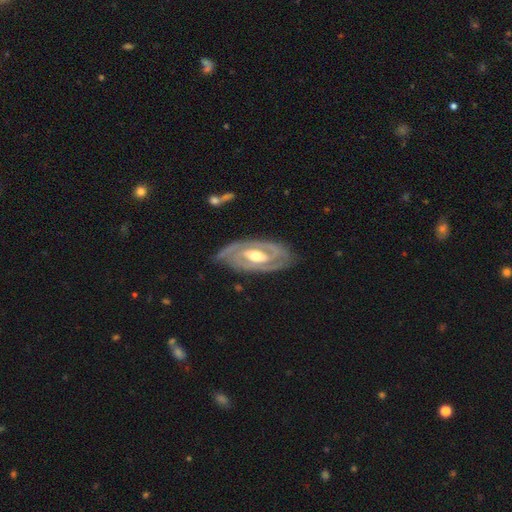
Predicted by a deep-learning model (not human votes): Overall: featured or disk (89%). Edge-on disk: no (94%). Bar: weak (35%; strong 34%). Spiral arms: yes (92%). Spiral arm count: 2 (82%). Spiral winding: tight (69%). Bulge size: moderate (74%). Merging: none (78%).